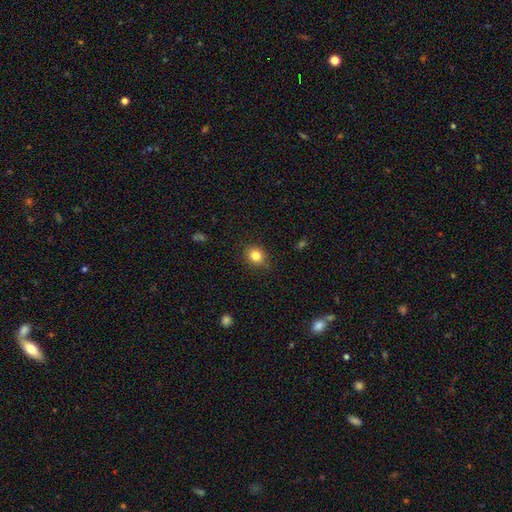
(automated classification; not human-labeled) Overall: smooth (82%). How rounded: round (72%). Merging: none (85%).